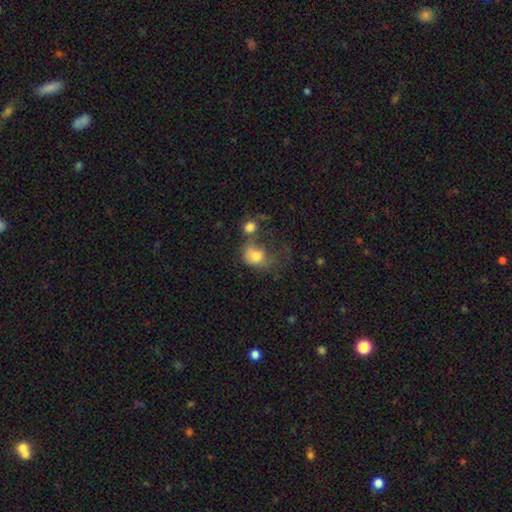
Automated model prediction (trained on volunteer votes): A smooth galaxy with no disk features (74%) that is in between round and cigar-shaped (50%).

Vote fractions:
- Smooth or featured? smooth: 74% / featured or disk: 16% / star or artifact: 10%
- How rounded? in between: 50% / round: 49% / cigar-shaped: 1%
- Merging? merger: 34% / major disturbance: 28% / none: 22% / minor disturbance: 16%